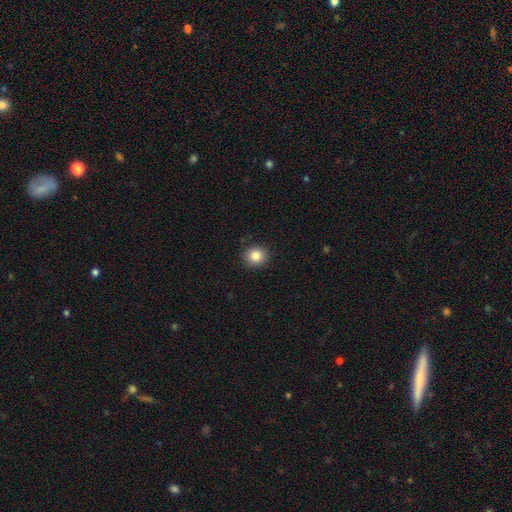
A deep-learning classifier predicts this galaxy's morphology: Smooth or featured? Predicted: smooth (p=0.84). How rounded? Predicted: round (p=0.88). Merging? Predicted: none (p=0.91).